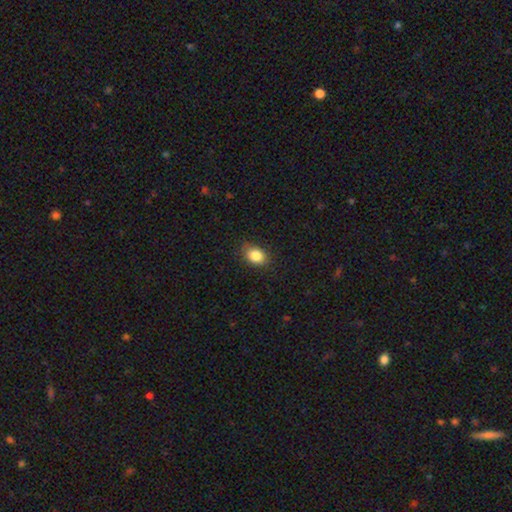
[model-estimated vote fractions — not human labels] This appears to be a smooth galaxy with no disk features (85%) that is in between round and cigar-shaped (75%). Merging: none (83%).